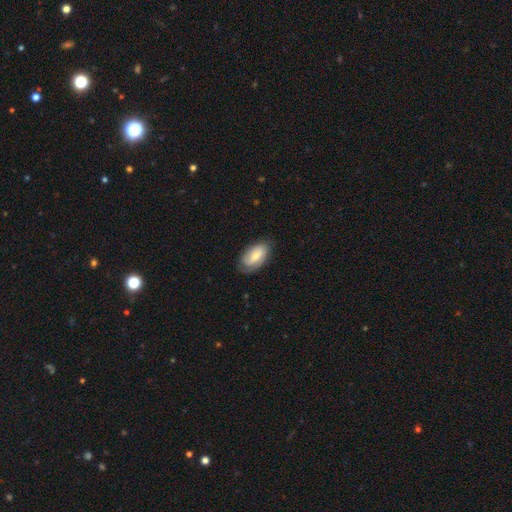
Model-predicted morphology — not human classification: This is possibly a smooth galaxy (55%). How rounded: clearly in between (93%). Merging: likely none (75%).